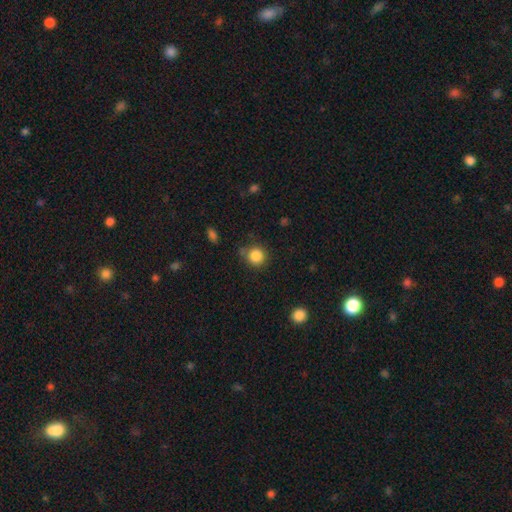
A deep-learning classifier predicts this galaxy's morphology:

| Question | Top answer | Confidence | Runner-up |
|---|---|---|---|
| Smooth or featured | smooth | 85% | star or artifact (11%) |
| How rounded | round | 90% | in between (9%) |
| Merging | none | 75% | minor disturbance (16%) |